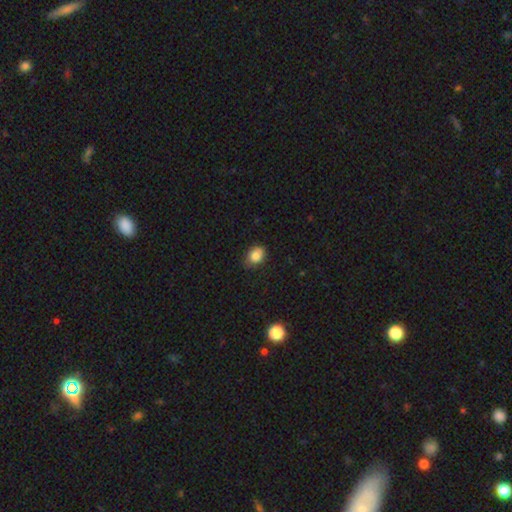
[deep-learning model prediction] This appears to be a smooth galaxy with no disk features (84%) that is in between round and cigar-shaped (66%). Merging: none (75%).